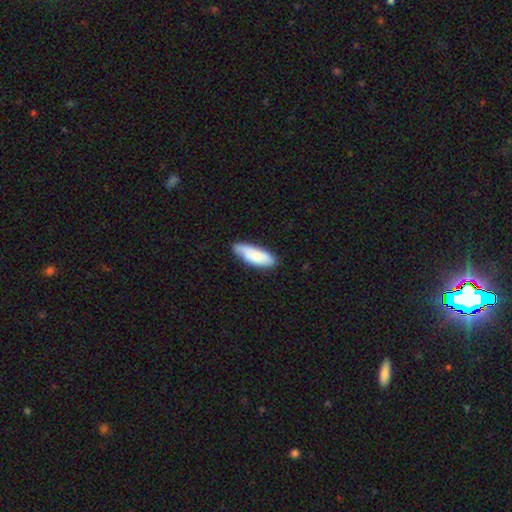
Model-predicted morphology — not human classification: The model was most divided on "merging": none: 64%, minor disturbance: 29%, major disturbance: 5%, merger: 2%. More confident: smooth or featured — smooth (77%); how rounded — in between (67%).